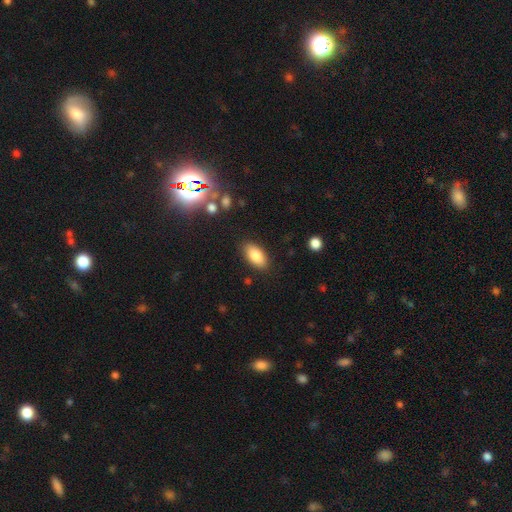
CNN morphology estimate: Q: Smooth or featured?
A: smooth (84%); runner-up: featured or disk (8%)
Q: How rounded?
A: in between (92%); runner-up: cigar-shaped (5%)
Q: Merging?
A: none (86%); runner-up: minor disturbance (10%)